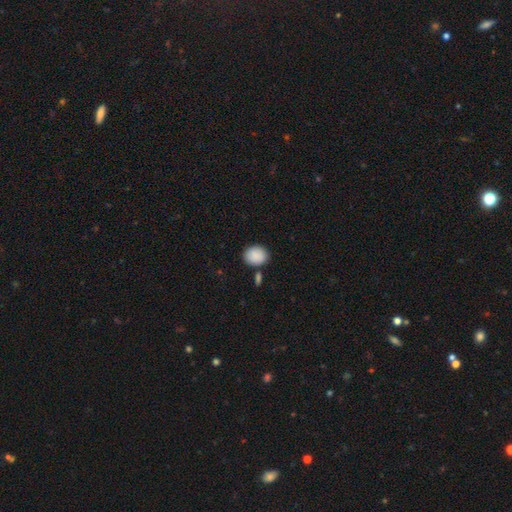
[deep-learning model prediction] smooth_or_featured: smooth (p=0.90) [alt: star or artifact p=0.07]
how_rounded: round (p=0.52) [alt: in between p=0.47]
merging: none (p=0.78) [alt: minor disturbance p=0.11]